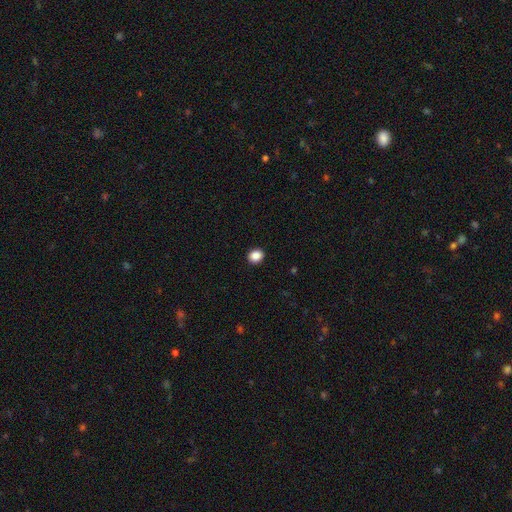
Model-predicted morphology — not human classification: Smooth or featured? Predicted: smooth (p=0.88). How rounded? Predicted: round (p=0.72). Merging? Predicted: none (p=0.92).